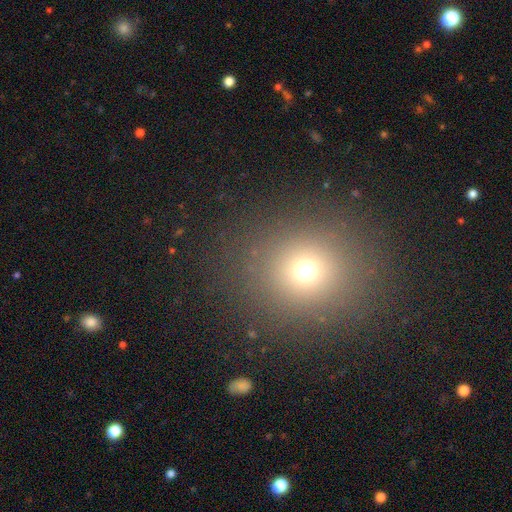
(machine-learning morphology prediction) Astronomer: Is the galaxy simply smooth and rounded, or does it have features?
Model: smooth — 64%.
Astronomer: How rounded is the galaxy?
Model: round — 85%.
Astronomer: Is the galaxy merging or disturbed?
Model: none — 90%.